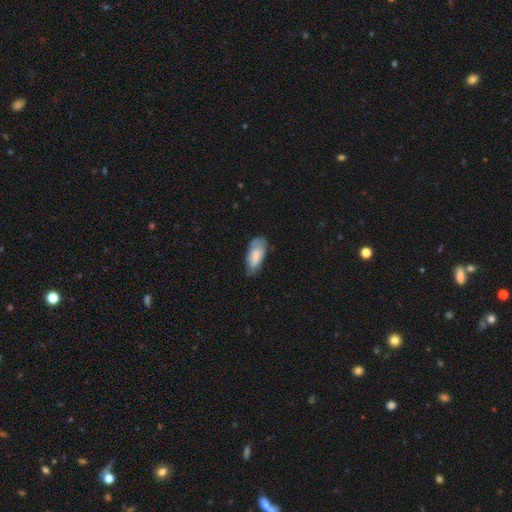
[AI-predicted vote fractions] This is likely a smooth galaxy (73%). How rounded: clearly in between (86%). Merging: possibly none (58%).